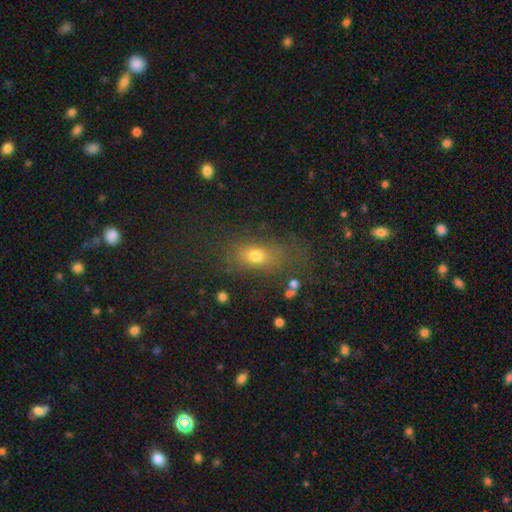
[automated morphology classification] smooth_or_featured: smooth (p=0.69) [alt: star or artifact p=0.16]
how_rounded: in between (p=0.71) [alt: round p=0.20]
merging: none (p=0.62) [alt: minor disturbance p=0.19]